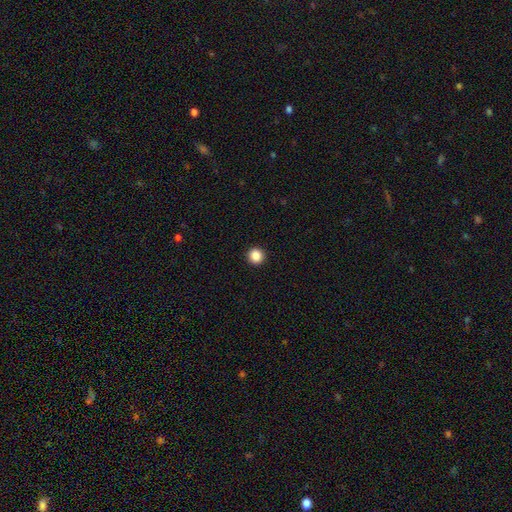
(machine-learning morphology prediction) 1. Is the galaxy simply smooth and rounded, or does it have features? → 87% smooth, 10% star or artifact, 3% featured or disk.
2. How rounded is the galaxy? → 94% round, 5% in between, 1% cigar-shaped.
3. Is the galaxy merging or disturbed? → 93% none, 4% minor disturbance, 2% major disturbance, 1% merger.